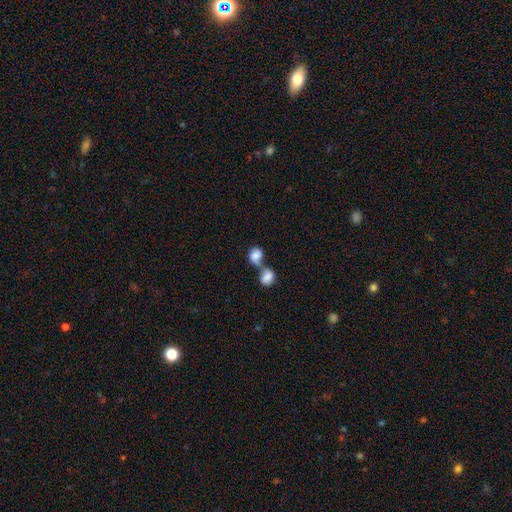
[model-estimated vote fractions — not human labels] Morphology: type=smooth (82%); roundness=round (51%); merging=merger (77%).